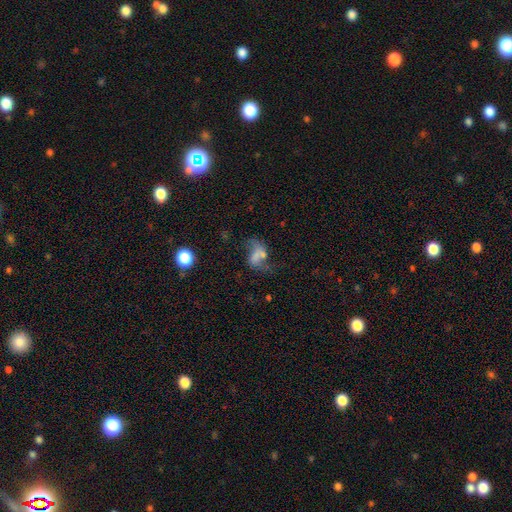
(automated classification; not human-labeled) The model was most divided on "smooth or featured": featured or disk: 43%, smooth: 41%, star or artifact: 16%. Remaining: merging — none (30%).